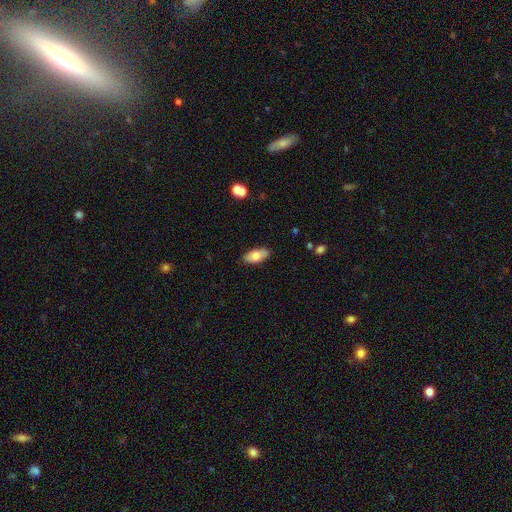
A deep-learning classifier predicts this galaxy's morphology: Smooth or featured? smooth (75%)
How rounded? in between (90%)
Merging? none (87%)